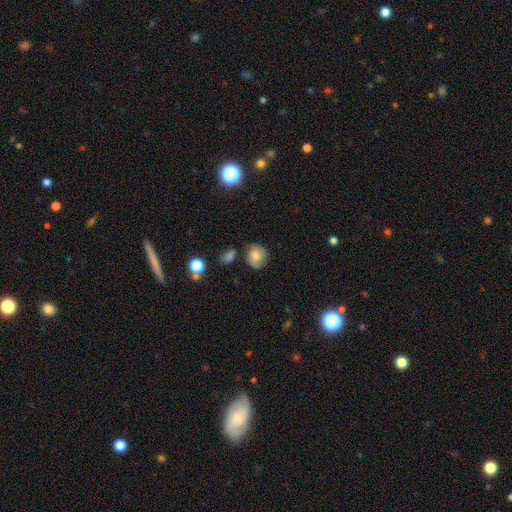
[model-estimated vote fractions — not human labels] The model was most divided on "smooth or featured": smooth: 62%, featured or disk: 28%, star or artifact: 10%. More confident: how rounded — round (75%); merging — none (68%).